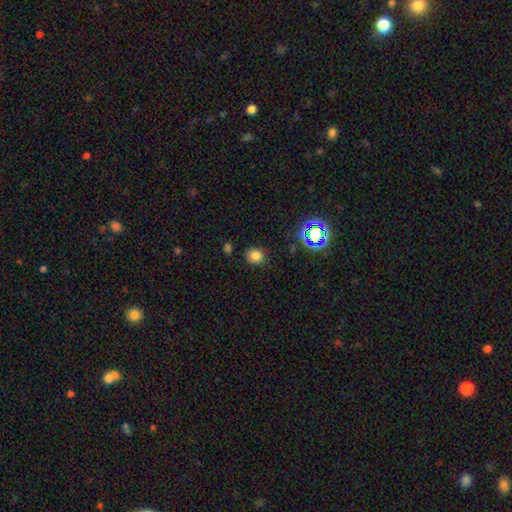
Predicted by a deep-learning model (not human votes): This is likely a smooth galaxy (77%). How rounded: likely round (80%). Merging: clearly none (86%).